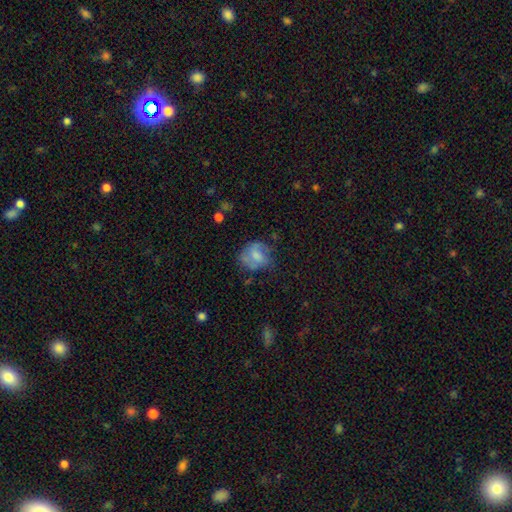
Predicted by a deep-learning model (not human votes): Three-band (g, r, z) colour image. It shows a smooth galaxy with no disk features (52%) that is round (62%). Merging: none (52%).